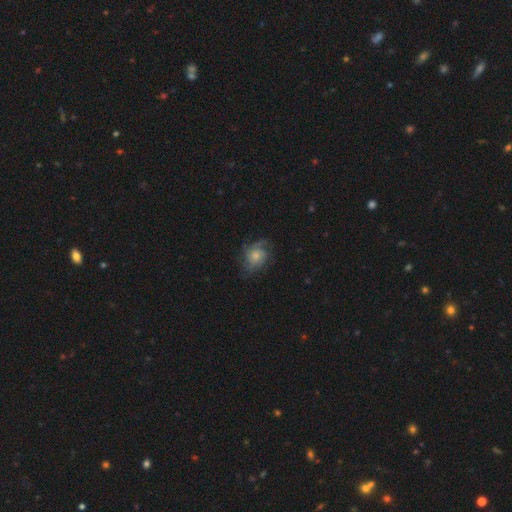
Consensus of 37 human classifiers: A featured or disk galaxy (73%) with no bar (92%), medium (44%) spiral arms (96%) and a moderate central bulge (58%).

Vote fractions:
- Smooth or featured? featured or disk: 73% / smooth: 19% / star or artifact: 8%
- Edge-on disk? no: 96% / yes: 4%
- Bar? no: 92% / weak: 8% / strong: 0%
- Spiral arms? yes: 96% / no: 4%
- Spiral winding? medium: 44% / tight: 40% / loose: 16%
- Spiral arm count? can't tell: 44% / 4: 24% / 2: 20% / more than 4: 8% / 1: 4% / 3: 0%
- Bulge size? moderate: 58% / small: 27% / large: 8% / none: 8% / dominant: 0%
- Merging? none: 74% / minor disturbance: 18% / major disturbance: 9% / merger: 0%